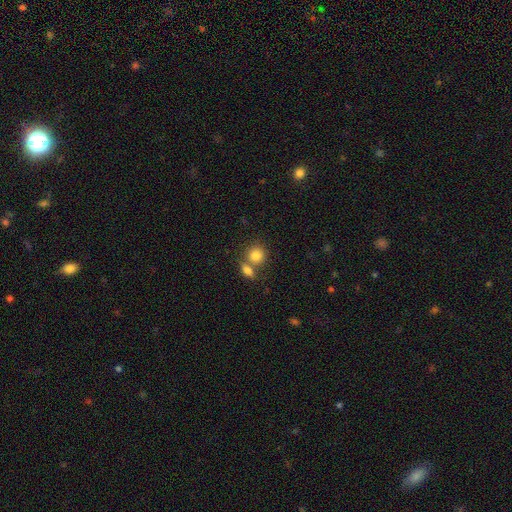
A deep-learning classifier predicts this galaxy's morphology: Overall: smooth (82%). How rounded: round (77%). Merging: none (49%; merger 39%).